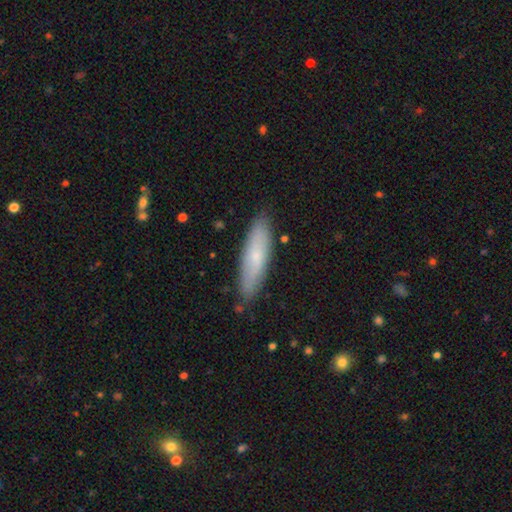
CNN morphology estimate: smooth-or-featured: smooth: 65% | featured or disk: 29% | star or artifact: 6%
  how-rounded: cigar-shaped: 69% | in between: 29% | round: 2%
  merging: none: 86% | minor disturbance: 11% | major disturbance: 2% | merger: 1%